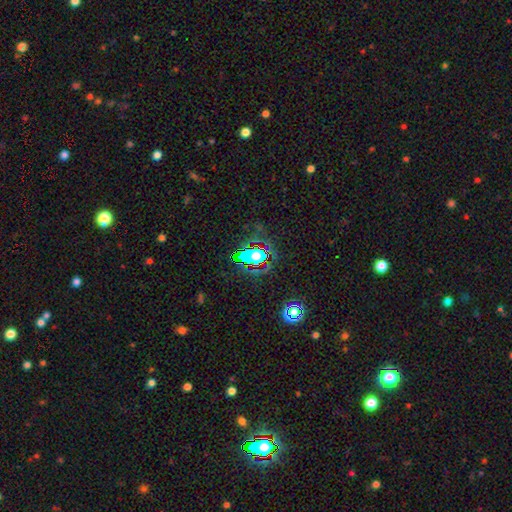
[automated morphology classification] The model was most divided on "smooth or featured": star or artifact: 52%, smooth: 33%, featured or disk: 15%.